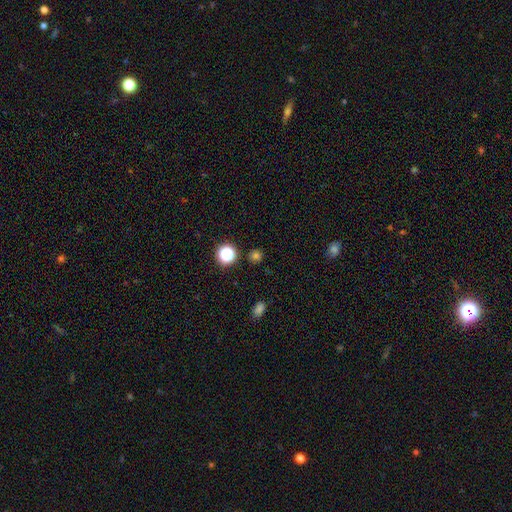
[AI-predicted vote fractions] Smooth or featured? Predicted: smooth (p=0.69). How rounded? Predicted: round (p=0.90). Merging? Predicted: none (p=0.86).